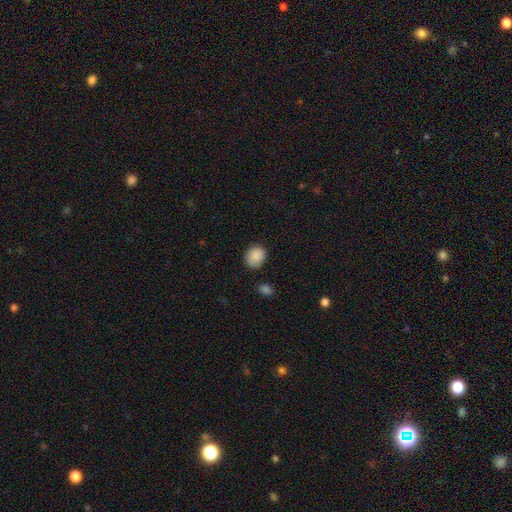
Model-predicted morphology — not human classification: This appears to be a smooth galaxy with no disk features (88%) that is round (66%). Merging: none (75%).